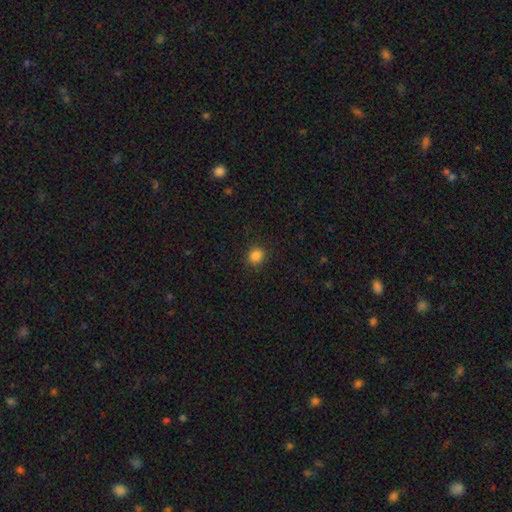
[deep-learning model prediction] smooth 85%, star or artifact 11%, featured or disk 3%. Down the decision tree: how rounded — round (79%); merging — none (89%).